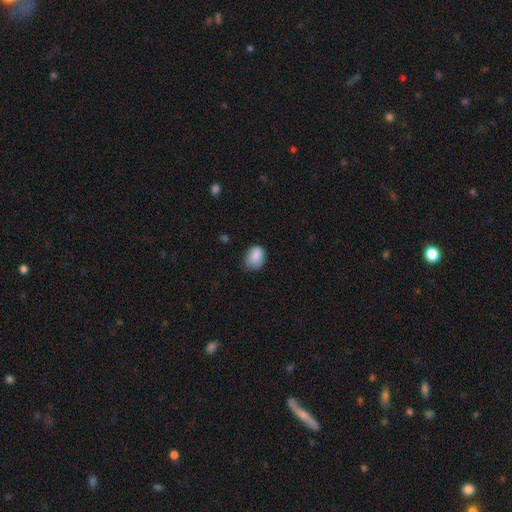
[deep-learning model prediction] smooth-or-featured: smooth: 86% | star or artifact: 8% | featured or disk: 5%
  how-rounded: in between: 62% | round: 37% | cigar-shaped: 1%
  merging: none: 58% | minor disturbance: 34% | major disturbance: 7% | merger: 1%